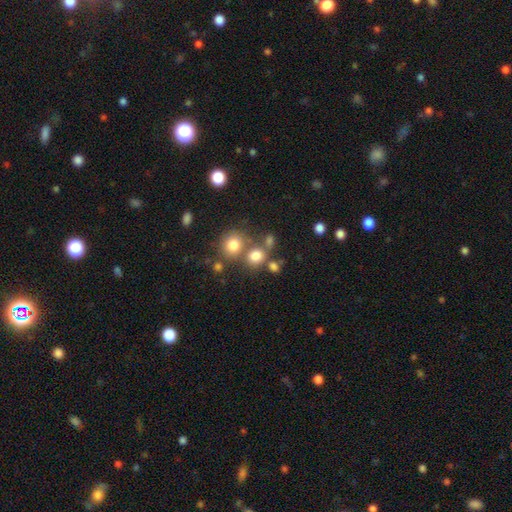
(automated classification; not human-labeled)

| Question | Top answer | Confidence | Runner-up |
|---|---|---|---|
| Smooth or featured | smooth | 76% | star or artifact (14%) |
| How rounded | round | 75% | in between (24%) |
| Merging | none | 54% | merger (31%) |